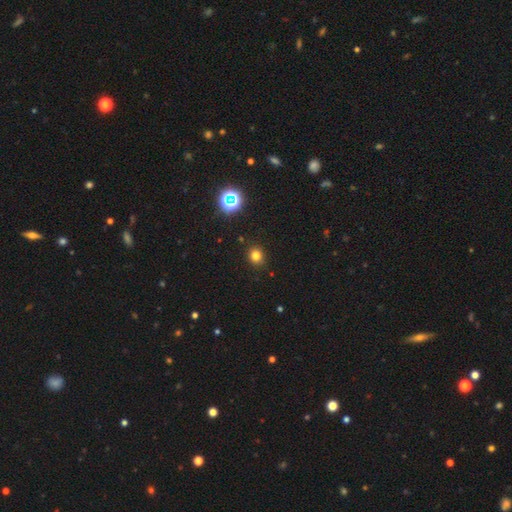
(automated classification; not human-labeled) Smooth or featured?
  - smooth: 77% *
  - star or artifact: 18%
  - featured or disk: 6%
How rounded?
  - round: 76% *
  - in between: 23%
  - cigar-shaped: 1%
Merging?
  - none: 89% *
  - minor disturbance: 7%
  - major disturbance: 2%
  - merger: 1%